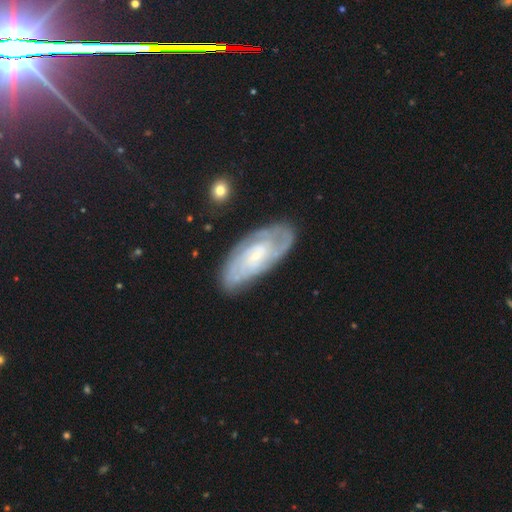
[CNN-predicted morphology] A featured or disk galaxy (78%) with no bar (66%), tight (69%) spiral arms (90%) and a small central bulge (73%). Merging: none (75%).